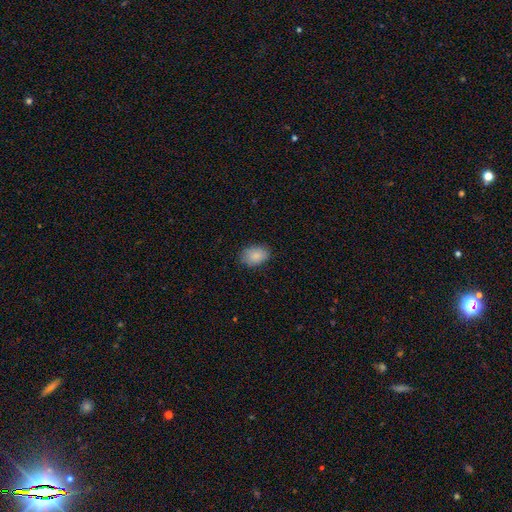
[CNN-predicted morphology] This is clearly a smooth galaxy (87%). How rounded: likely in between (78%). Merging: clearly none (82%).